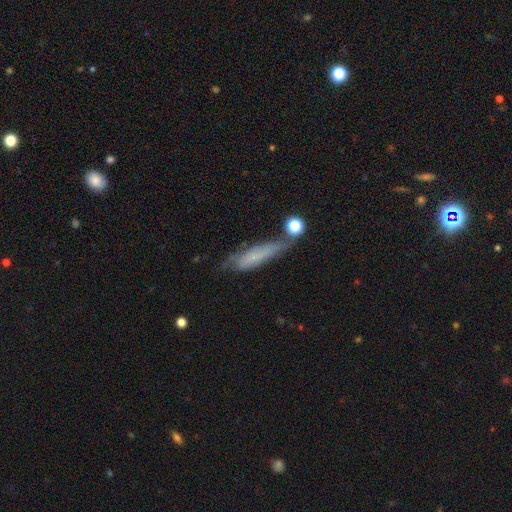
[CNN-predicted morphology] A smooth galaxy with no disk features (51%) that is cigar-shaped (74%). Merging: none (46%).